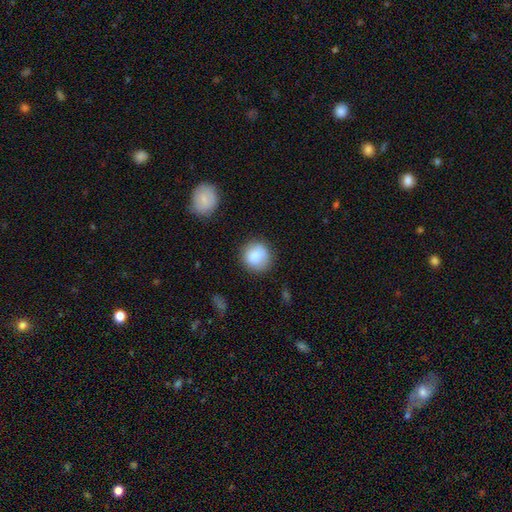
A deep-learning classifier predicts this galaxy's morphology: Q: Smooth or featured?
A: smooth (84%); runner-up: star or artifact (8%)
Q: How rounded?
A: round (89%); runner-up: in between (10%)
Q: Merging?
A: none (85%); runner-up: minor disturbance (11%)